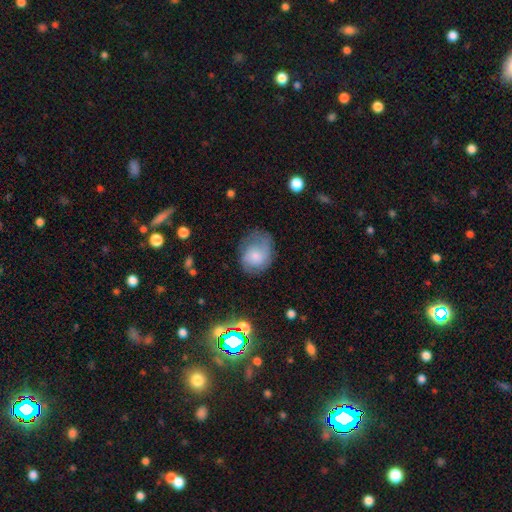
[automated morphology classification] type=smooth (63%); roundness=round (52%); merging=none (53%).